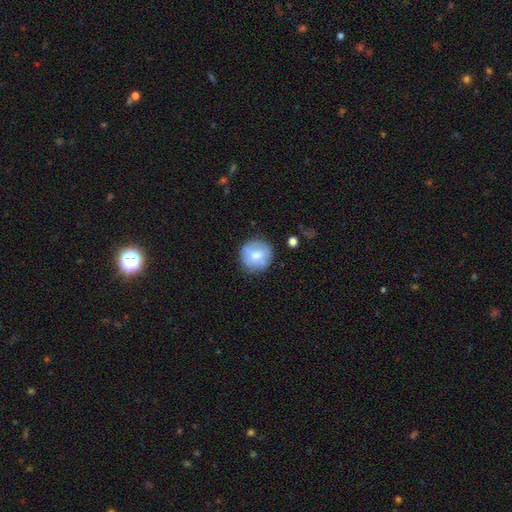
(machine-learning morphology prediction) Smooth or featured?
  - smooth: 69% *
  - featured or disk: 24%
  - star or artifact: 8%
How rounded?
  - round: 93% *
  - in between: 6%
  - cigar-shaped: 1%
Merging?
  - none: 81% *
  - minor disturbance: 13%
  - major disturbance: 3%
  - merger: 2%